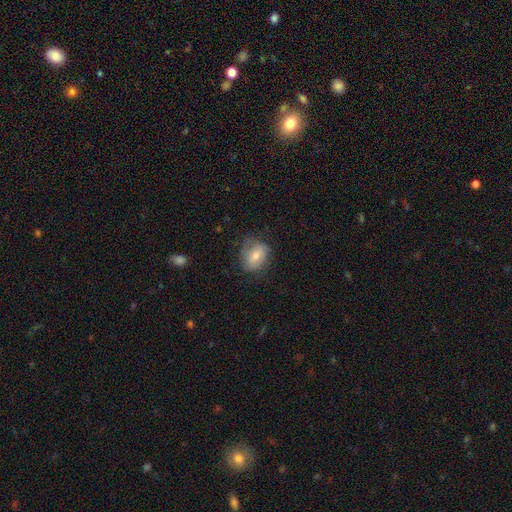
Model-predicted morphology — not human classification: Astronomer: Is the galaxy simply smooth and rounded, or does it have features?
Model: smooth — 64%.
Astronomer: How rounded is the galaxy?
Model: in between — 54% (runner-up: round, 44%).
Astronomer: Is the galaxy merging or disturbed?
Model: none — 63%.